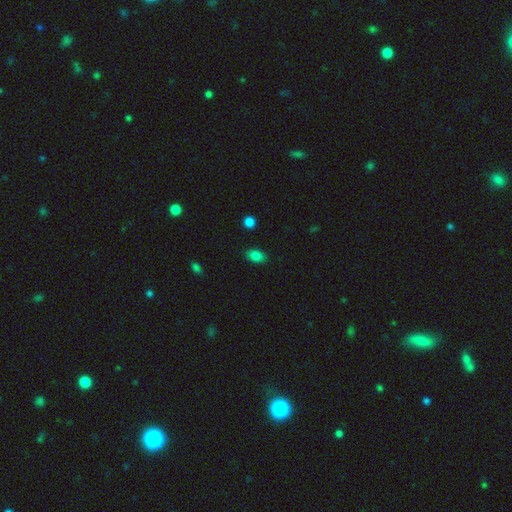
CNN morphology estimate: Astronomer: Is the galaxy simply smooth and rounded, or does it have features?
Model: smooth — 84%.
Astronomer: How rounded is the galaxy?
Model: in between — 87%.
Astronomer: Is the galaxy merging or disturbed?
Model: none — 87%.